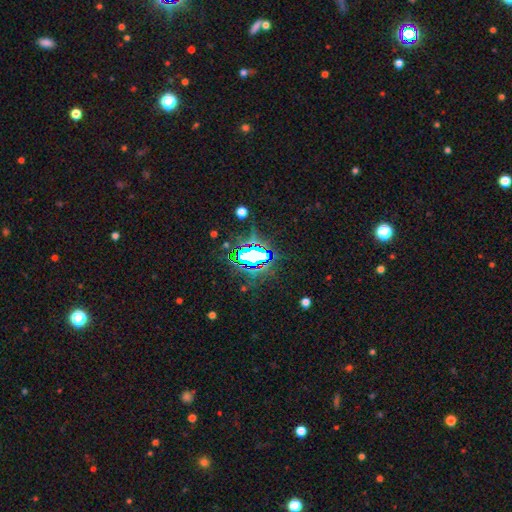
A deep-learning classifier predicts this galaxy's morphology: The model was most divided on "smooth or featured": star or artifact: 71%, smooth: 15%, featured or disk: 13%.